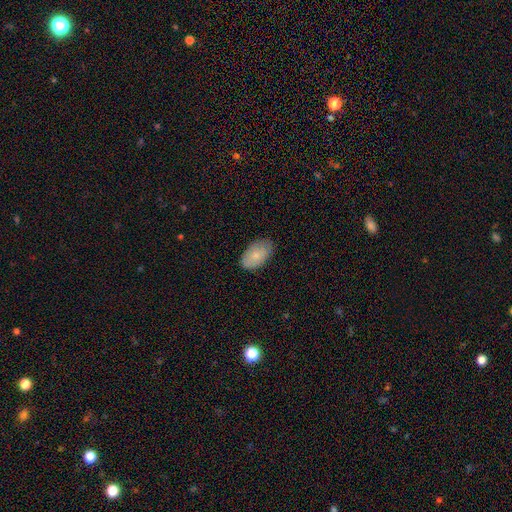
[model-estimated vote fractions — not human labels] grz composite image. It shows a smooth galaxy with no disk features (80%) that is in between round and cigar-shaped (94%). Merging: none (82%).